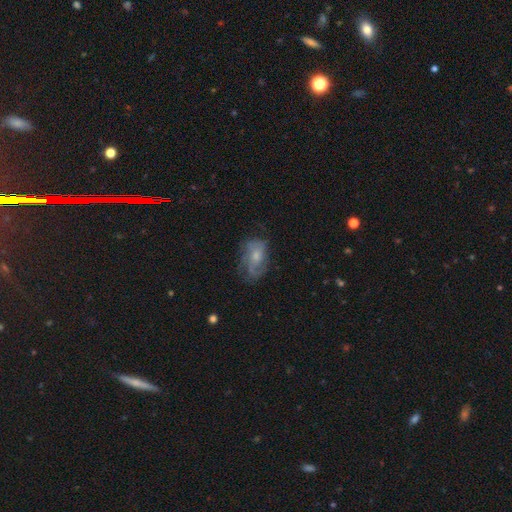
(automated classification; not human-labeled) Morphology: type=featured or disk (57%); edge-on=no (96%); bar=no (74%); spiral arms=yes (73%); bulge=moderate (44%); merging=none (54%).